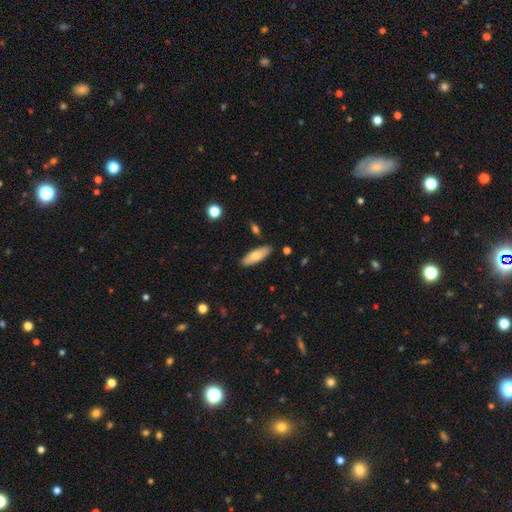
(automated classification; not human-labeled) smooth 72%, featured or disk 22%, star or artifact 6%. Down the decision tree: how rounded — in between (60%); merging — none (86%).